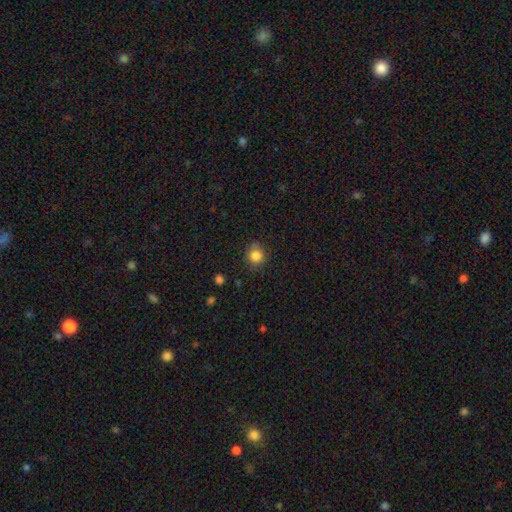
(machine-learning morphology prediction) Smooth or featured? Predicted: smooth (p=0.84). How rounded? Predicted: round (p=0.85). Merging? Predicted: none (p=0.80).